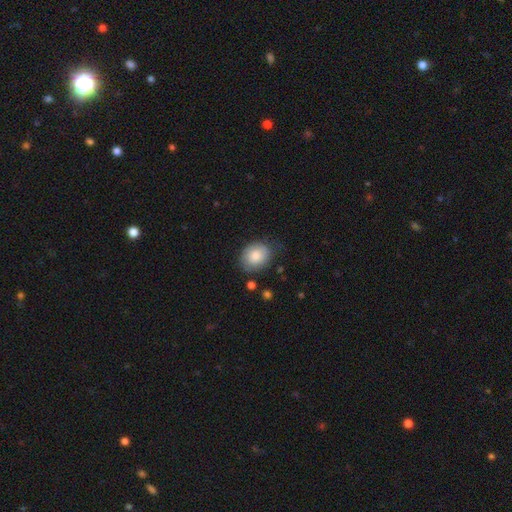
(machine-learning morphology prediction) This appears to be a smooth galaxy with no disk features (82%) that is round (51%). Merging: none (69%).